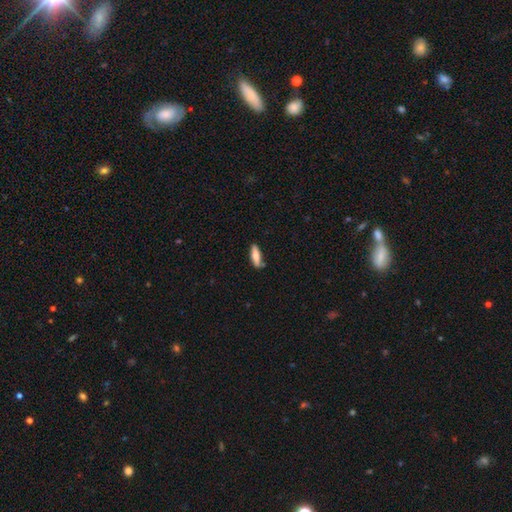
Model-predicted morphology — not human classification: type=smooth (77%); roundness=cigar-shaped (54%); merging=none (74%).